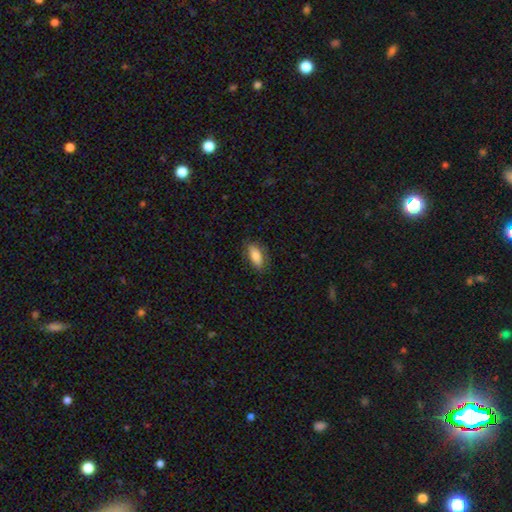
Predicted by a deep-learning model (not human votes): Morphology: type=smooth (77%); roundness=in between (84%); merging=none (80%).